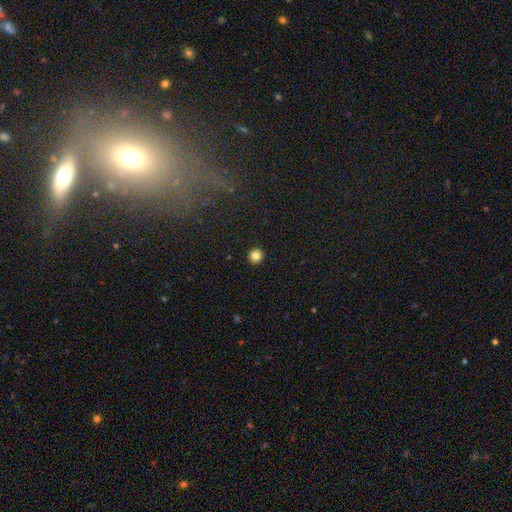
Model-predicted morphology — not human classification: smooth-or-featured: smooth: 84% | star or artifact: 11% | featured or disk: 5%
  how-rounded: round: 94% | in between: 5% | cigar-shaped: 1%
  merging: none: 93% | minor disturbance: 4% | major disturbance: 1% | merger: 1%